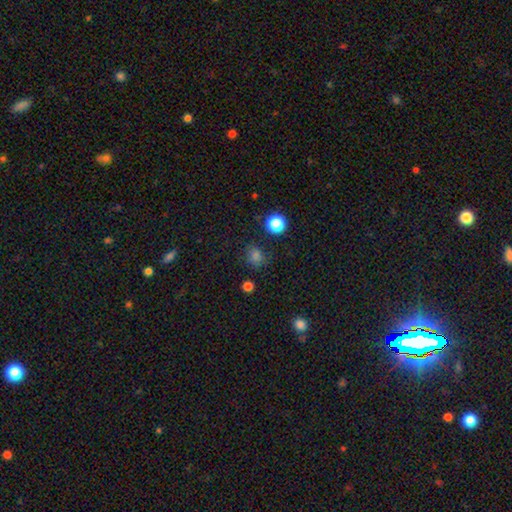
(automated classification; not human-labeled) This is likely a smooth galaxy (74%). How rounded: likely round (71%). Merging: likely none (79%).